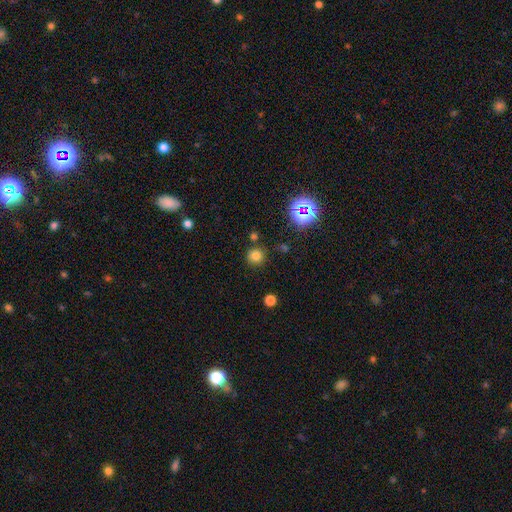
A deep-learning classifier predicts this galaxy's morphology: A smooth galaxy with no disk features (76%) that is round (92%). Merging: none (83%).